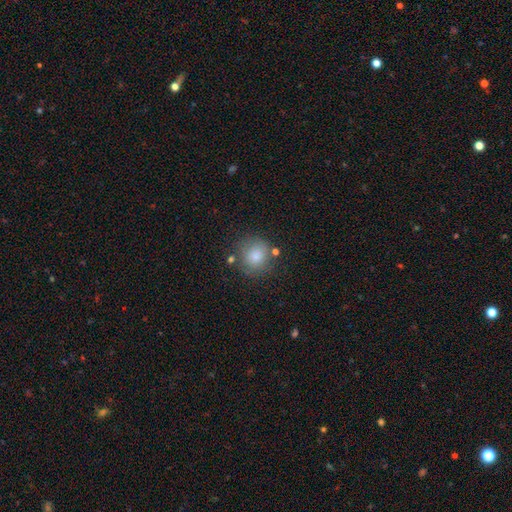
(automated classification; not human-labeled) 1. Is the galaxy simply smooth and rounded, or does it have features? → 82% smooth, 10% star or artifact, 8% featured or disk.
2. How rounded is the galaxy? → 88% round, 11% in between, 1% cigar-shaped.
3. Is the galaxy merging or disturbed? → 74% none, 15% minor disturbance, 6% merger, 5% major disturbance.